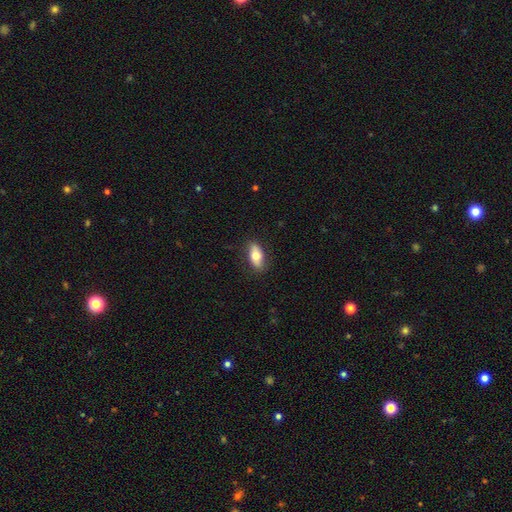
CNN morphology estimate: smooth_or_featured: smooth (p=0.69) [alt: featured or disk p=0.24]
how_rounded: in between (p=0.81) [alt: cigar-shaped p=0.14]
merging: none (p=0.84) [alt: minor disturbance p=0.12]